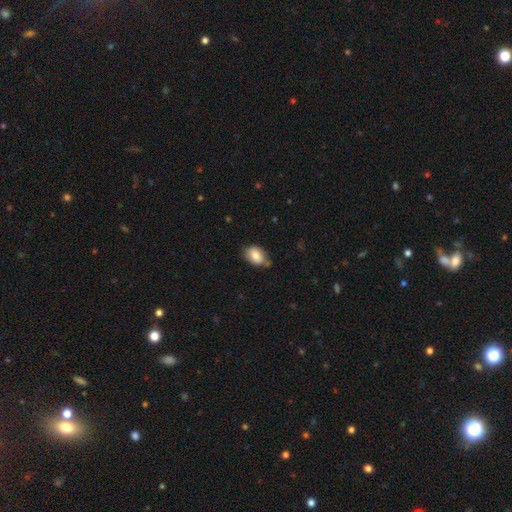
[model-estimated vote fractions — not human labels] Smooth or featured: smooth — 81% (featured or disk — 11%)
How rounded: in between — 80% (round — 18%)
Merging: none — 62% (minor disturbance — 27%)